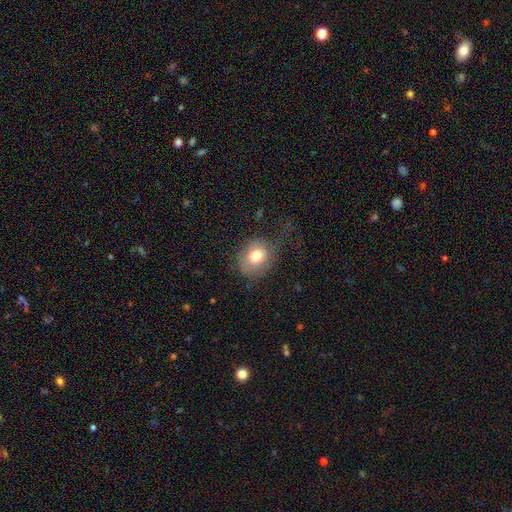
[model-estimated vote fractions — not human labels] smooth-or-featured: smooth: 72% | featured or disk: 19% | star or artifact: 9%
  how-rounded: round: 57% | in between: 42% | cigar-shaped: 1%
  merging: none: 53% | minor disturbance: 25% | major disturbance: 20% | merger: 2%